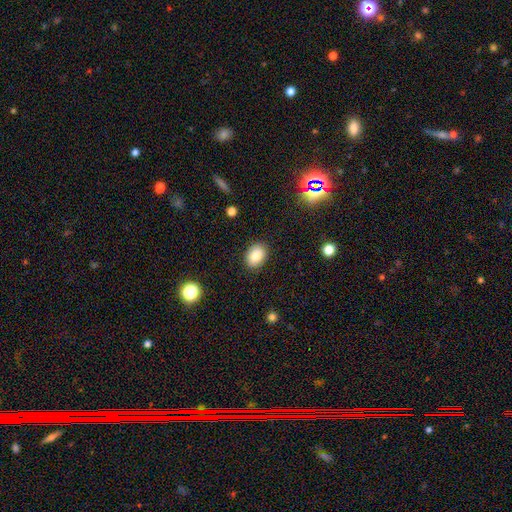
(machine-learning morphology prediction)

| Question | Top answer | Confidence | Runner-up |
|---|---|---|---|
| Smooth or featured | smooth | 84% | star or artifact (9%) |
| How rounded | in between | 73% | round (26%) |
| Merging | none | 88% | minor disturbance (8%) |